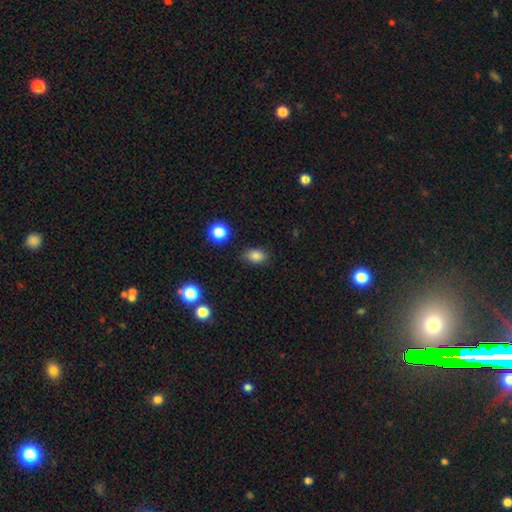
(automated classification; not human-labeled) This appears to be a smooth galaxy with no disk features (83%) that is in between round and cigar-shaped (76%). Merging: none (82%).